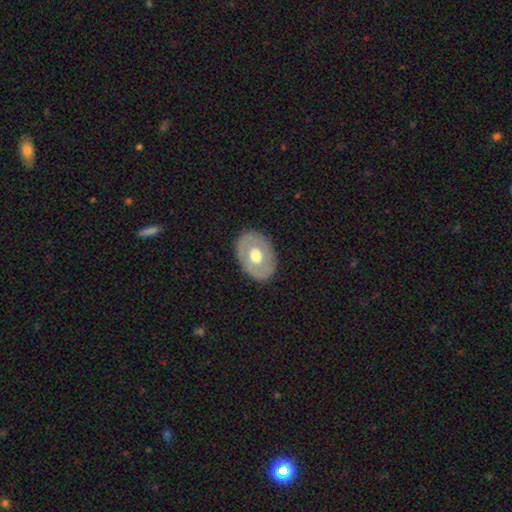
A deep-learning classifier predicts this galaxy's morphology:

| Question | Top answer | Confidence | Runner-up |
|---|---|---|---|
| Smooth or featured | smooth | 51% | featured or disk (44%) |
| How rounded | in between | 76% | round (23%) |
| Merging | none | 84% | minor disturbance (11%) |